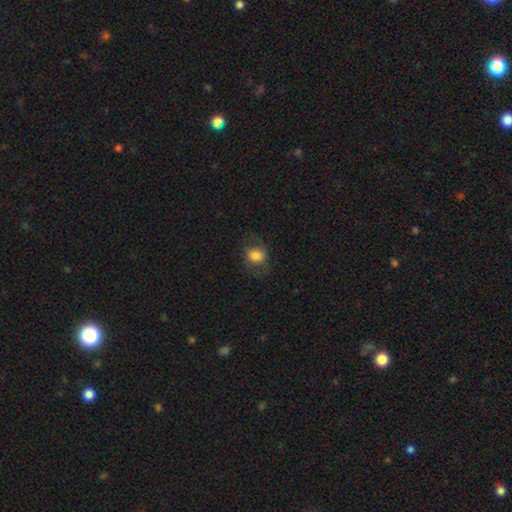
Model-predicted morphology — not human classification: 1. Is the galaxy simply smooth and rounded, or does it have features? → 73% smooth, 17% featured or disk, 9% star or artifact.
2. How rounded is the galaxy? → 51% round, 47% in between, 1% cigar-shaped.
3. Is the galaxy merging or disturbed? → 68% none, 18% minor disturbance, 12% major disturbance, 1% merger.